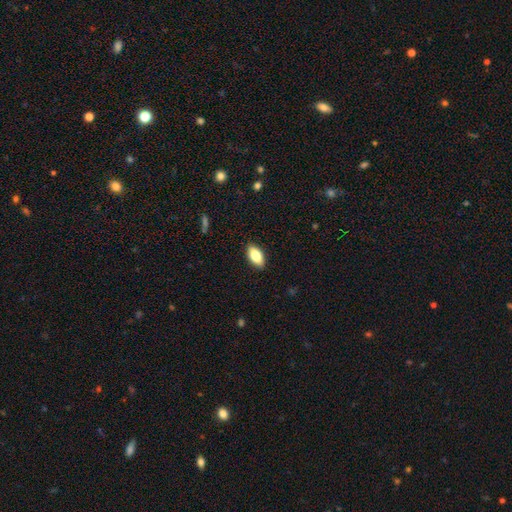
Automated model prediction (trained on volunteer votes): Q: Smooth or featured?
A: smooth (80%); runner-up: featured or disk (14%)
Q: How rounded?
A: in between (90%); runner-up: cigar-shaped (7%)
Q: Merging?
A: none (89%); runner-up: minor disturbance (8%)